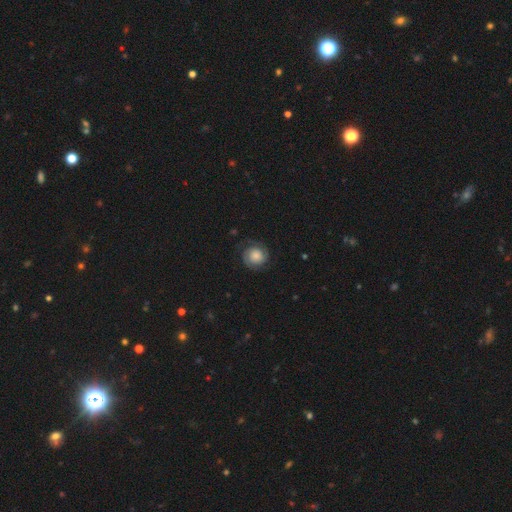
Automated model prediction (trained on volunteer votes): This appears to be a featured or disk galaxy (58%) with no bar (79%), 2 (77%) tight (59%) spiral arms (93%) and a moderate central bulge (29%). Merging: none (75%).